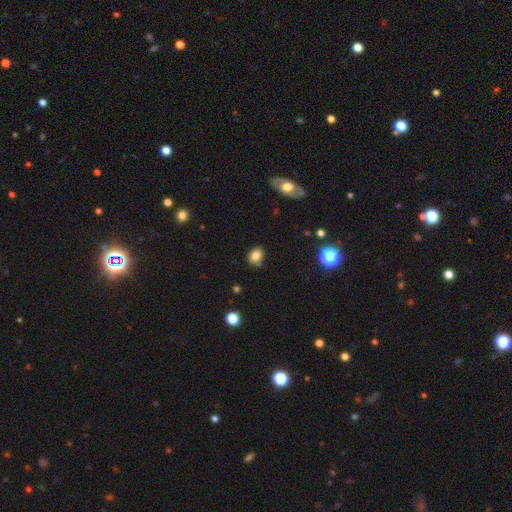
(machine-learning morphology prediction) smooth 81%, star or artifact 12%, featured or disk 7%. Down the decision tree: how rounded — round (52%); merging — none (72%).